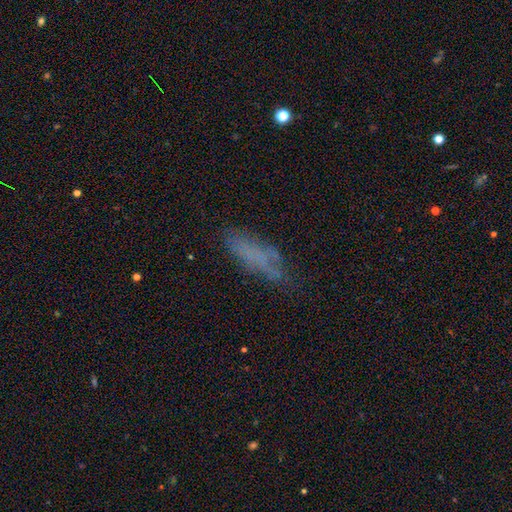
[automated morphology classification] smooth_or_featured: smooth (p=0.56) [alt: featured or disk p=0.28]
how_rounded: cigar-shaped (p=0.53) [alt: in between p=0.44]
merging: none (p=0.59) [alt: minor disturbance p=0.25]